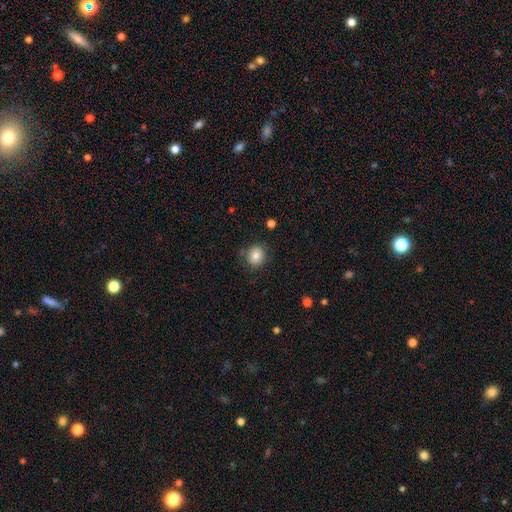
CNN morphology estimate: A smooth galaxy with no disk features (81%) that is round (87%). Merging: none (82%).